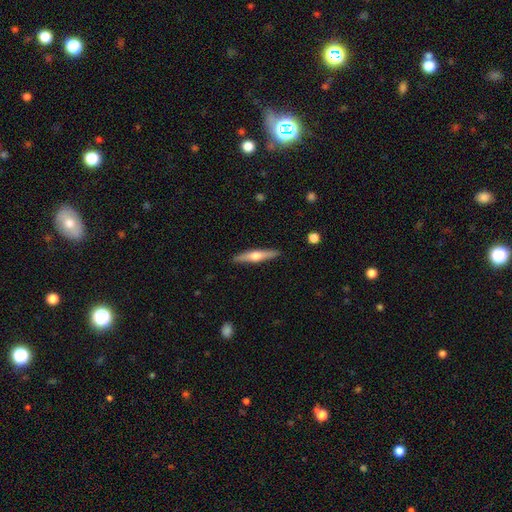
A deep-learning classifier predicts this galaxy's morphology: A featured or disk galaxy (58%) viewed edge-on (97%) with a rounded central bulge (91%). Merging: none (90%).